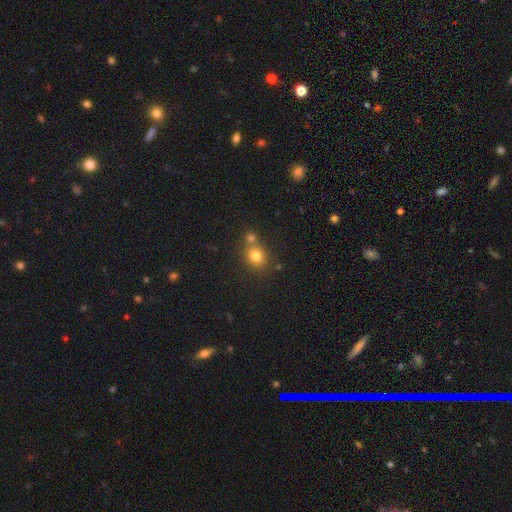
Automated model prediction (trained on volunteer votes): Morphology: type=smooth (78%); roundness=round (78%); merging=none (58%).